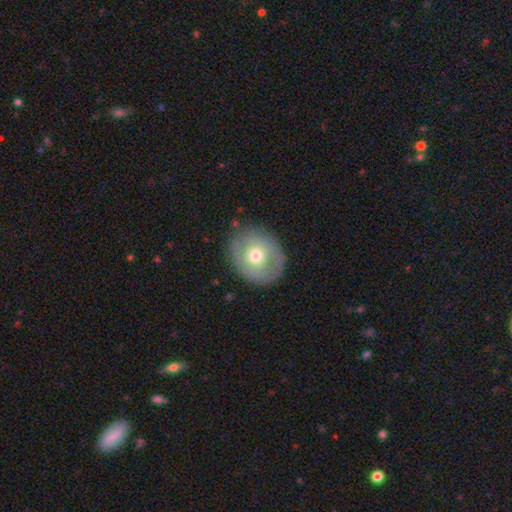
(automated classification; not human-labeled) Smooth or featured? Predicted: smooth (p=0.52). How rounded? Predicted: round (p=0.64). Merging? Predicted: none (p=0.79).